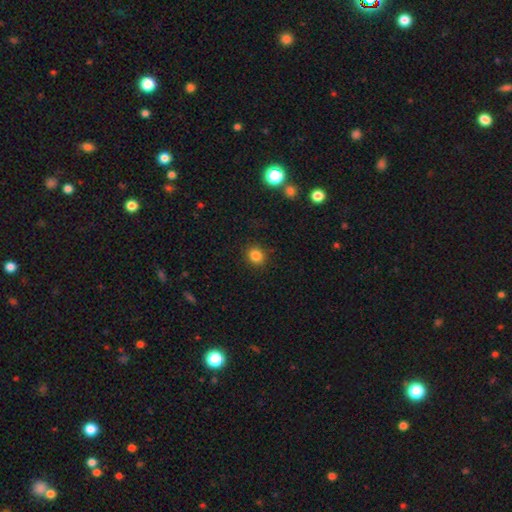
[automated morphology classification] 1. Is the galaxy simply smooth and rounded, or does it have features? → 84% smooth, 11% star or artifact, 5% featured or disk.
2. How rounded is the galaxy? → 76% round, 23% in between, 1% cigar-shaped.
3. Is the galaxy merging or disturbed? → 89% none, 8% minor disturbance, 2% major disturbance, 1% merger.